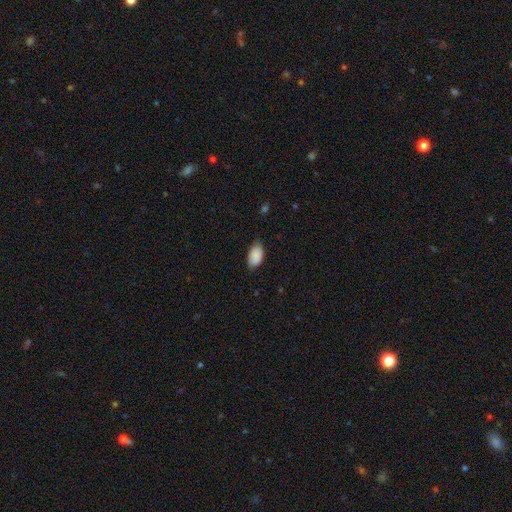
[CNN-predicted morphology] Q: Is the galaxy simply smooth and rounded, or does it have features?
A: smooth — 88%.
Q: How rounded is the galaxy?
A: in between — 94%.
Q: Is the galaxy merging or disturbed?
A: none — 73%.